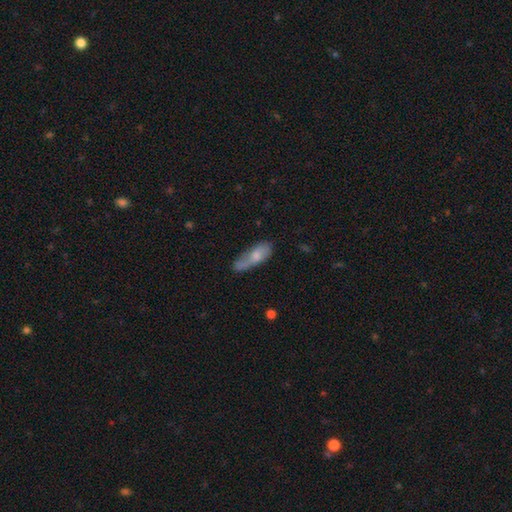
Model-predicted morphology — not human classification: smooth 66%, featured or disk 27%, star or artifact 7%. Down the decision tree: how rounded — in between (59%); merging — none (41%).